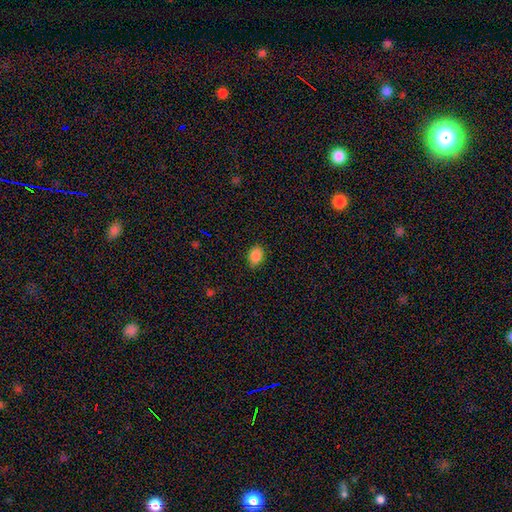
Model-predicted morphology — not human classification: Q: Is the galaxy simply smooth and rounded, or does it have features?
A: smooth — 87%.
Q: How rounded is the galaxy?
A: in between — 81%.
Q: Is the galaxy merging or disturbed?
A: none — 85%.